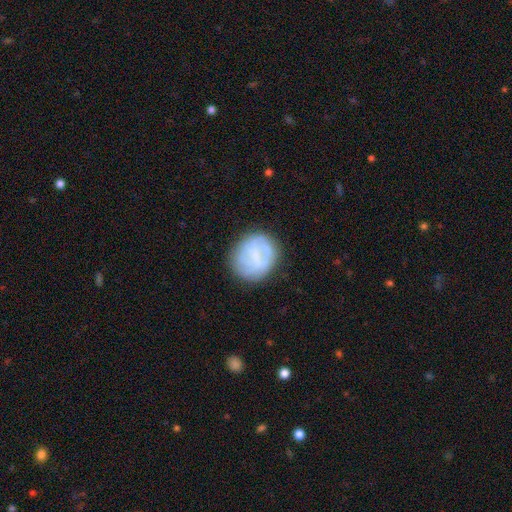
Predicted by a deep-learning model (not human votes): A featured or disk galaxy (53%) with a weak bar (40%), no spiral arms (58%) and no central bulge (54%). Merging: none (71%).